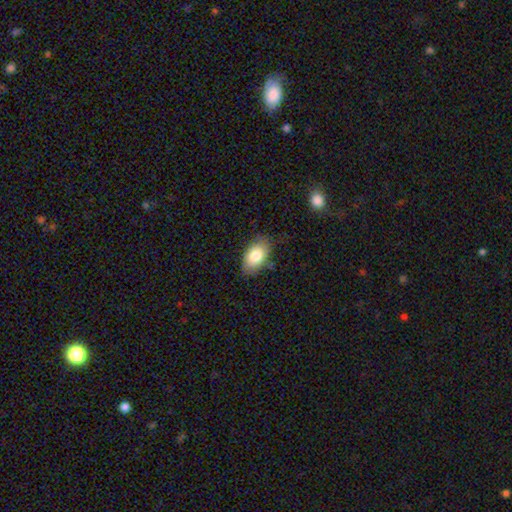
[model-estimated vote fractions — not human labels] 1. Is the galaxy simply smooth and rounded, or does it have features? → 81% smooth, 12% featured or disk, 7% star or artifact.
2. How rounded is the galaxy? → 92% in between, 6% round, 2% cigar-shaped.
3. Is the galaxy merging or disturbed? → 75% none, 19% minor disturbance, 4% major disturbance, 2% merger.